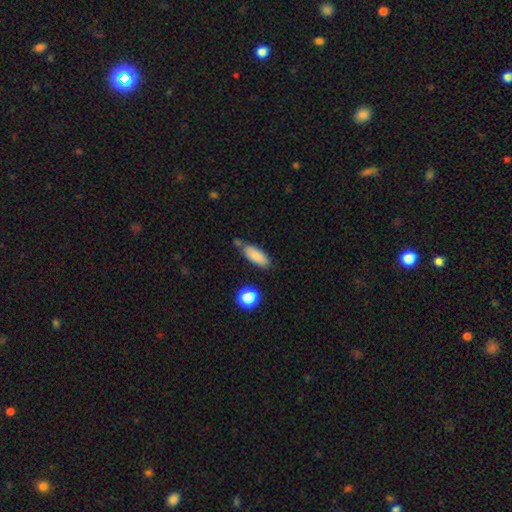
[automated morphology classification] Q: Smooth or featured?
A: smooth (85%); runner-up: star or artifact (8%)
Q: How rounded?
A: in between (73%); runner-up: cigar-shaped (24%)
Q: Merging?
A: none (66%); runner-up: minor disturbance (17%)